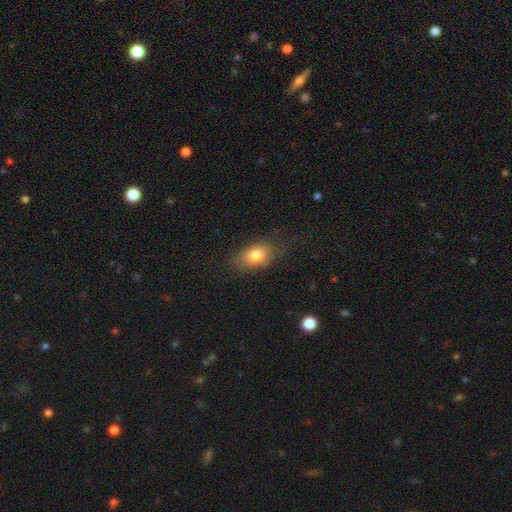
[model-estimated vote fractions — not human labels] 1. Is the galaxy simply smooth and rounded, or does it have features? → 78% smooth, 13% featured or disk, 9% star or artifact.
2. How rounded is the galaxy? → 81% in between, 16% round, 3% cigar-shaped.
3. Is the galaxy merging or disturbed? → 71% none, 20% minor disturbance, 8% major disturbance, 1% merger.